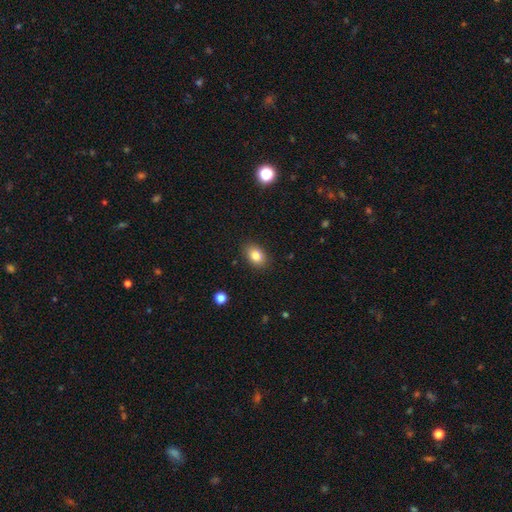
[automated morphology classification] This appears to be a smooth galaxy with no disk features (83%) that is in between round and cigar-shaped (80%). Merging: none (86%).